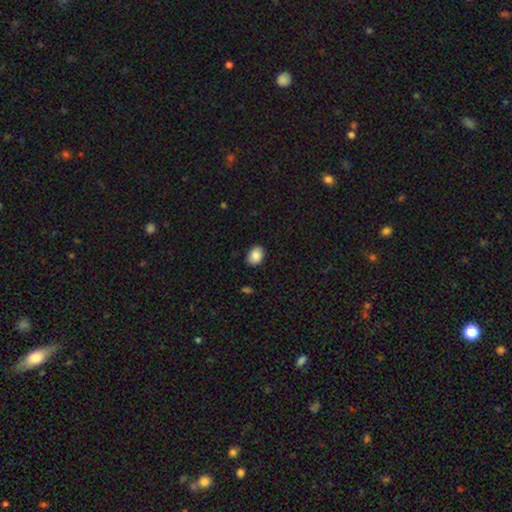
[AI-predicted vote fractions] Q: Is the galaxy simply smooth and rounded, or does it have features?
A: smooth — 88%.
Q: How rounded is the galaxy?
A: in between — 69%.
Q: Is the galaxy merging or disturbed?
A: none — 85%.